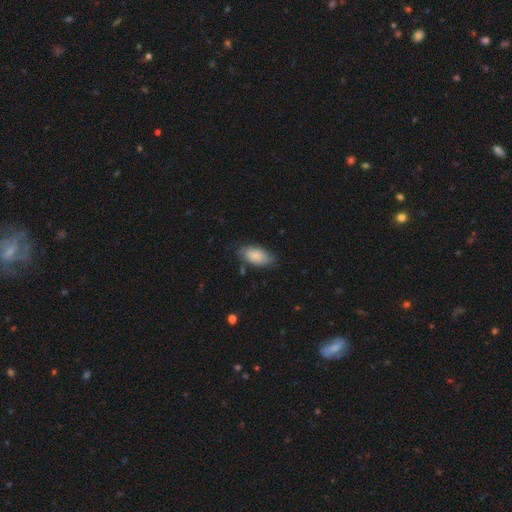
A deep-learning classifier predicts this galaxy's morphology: smooth 85%, featured or disk 9%, star or artifact 6%. Down the decision tree: how rounded — in between (93%); merging — none (74%).